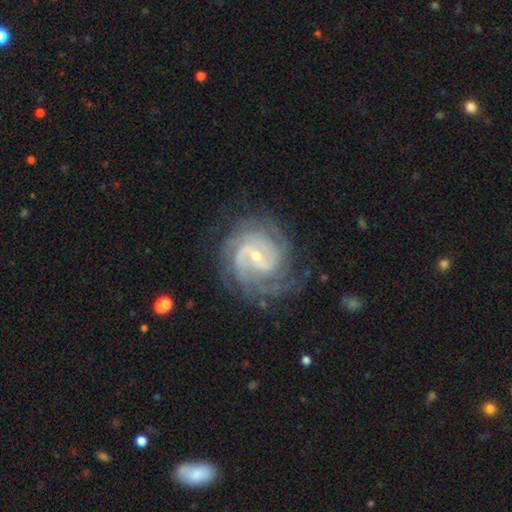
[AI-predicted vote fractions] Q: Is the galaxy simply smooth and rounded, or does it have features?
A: featured or disk — 90%.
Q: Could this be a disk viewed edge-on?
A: no — 98%.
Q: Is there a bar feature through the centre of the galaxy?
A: weak — 53%.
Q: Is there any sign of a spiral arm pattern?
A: yes — 98%.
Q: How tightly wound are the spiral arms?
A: tight — 60%.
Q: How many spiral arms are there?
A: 2 — 32%.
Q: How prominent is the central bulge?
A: small — 70%.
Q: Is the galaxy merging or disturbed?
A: none — 73%.